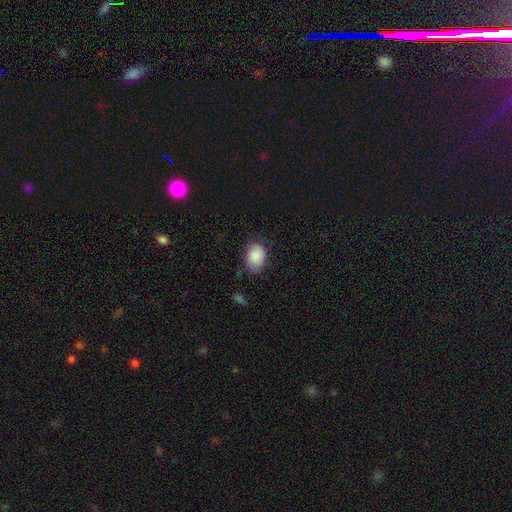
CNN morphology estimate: Overall: smooth (87%). How rounded: in between (76%). Merging: none (71%).